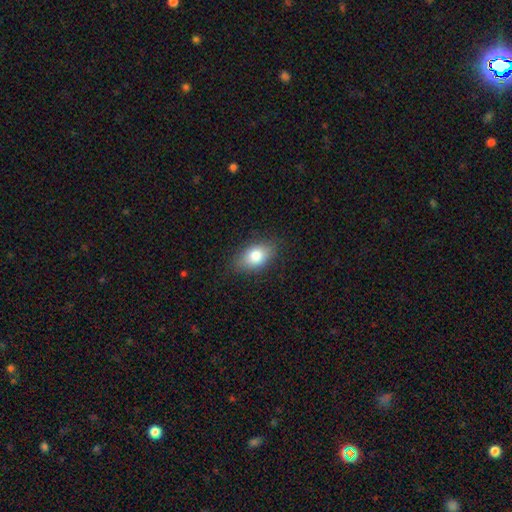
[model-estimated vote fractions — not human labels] A smooth galaxy with no disk features (80%) that is in between round and cigar-shaped (85%).

Vote fractions:
- Smooth or featured? smooth: 80% / featured or disk: 12% / star or artifact: 8%
- How rounded? in between: 85% / round: 12% / cigar-shaped: 3%
- Merging? none: 82% / minor disturbance: 14% / major disturbance: 3% / merger: 1%